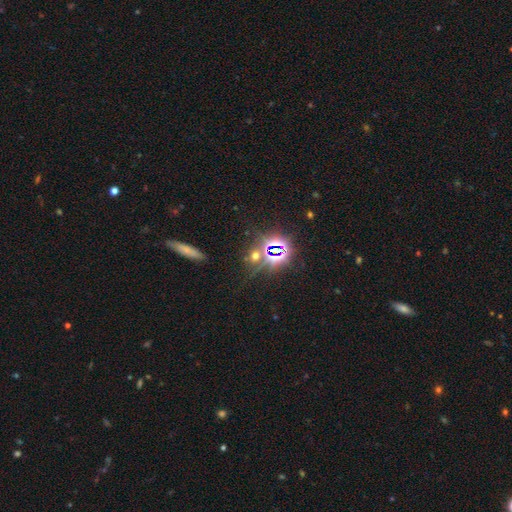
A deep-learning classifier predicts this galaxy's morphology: Smooth or featured? star or artifact (64%)